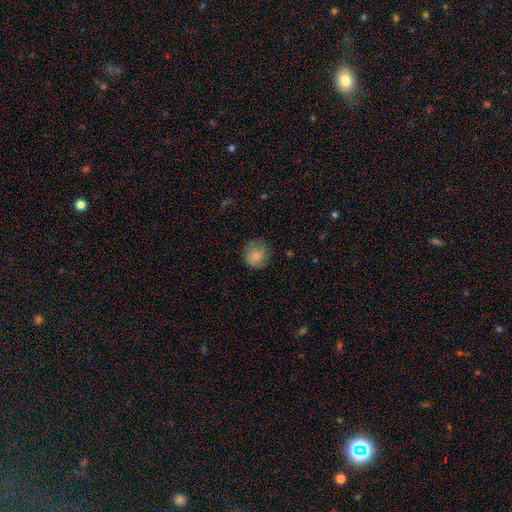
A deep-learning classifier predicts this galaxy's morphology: A smooth galaxy with no disk features (79%) that is round (86%). Merging: none (72%).